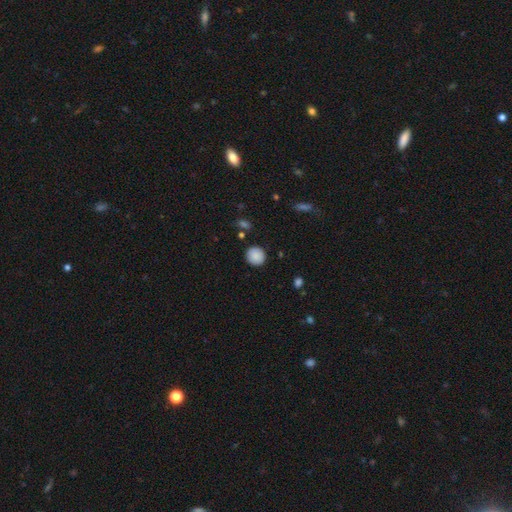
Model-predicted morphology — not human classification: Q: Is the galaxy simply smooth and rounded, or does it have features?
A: smooth — 88%.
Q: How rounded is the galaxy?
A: round — 91%.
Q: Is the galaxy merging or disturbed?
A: none — 89%.